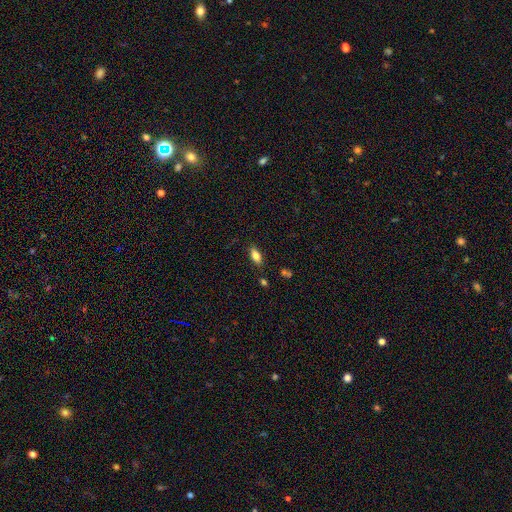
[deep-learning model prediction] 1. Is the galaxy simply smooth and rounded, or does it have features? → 79% smooth, 12% featured or disk, 9% star or artifact.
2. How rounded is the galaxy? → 86% in between, 10% cigar-shaped, 4% round.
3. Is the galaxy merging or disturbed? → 85% none, 11% minor disturbance, 3% major disturbance, 2% merger.